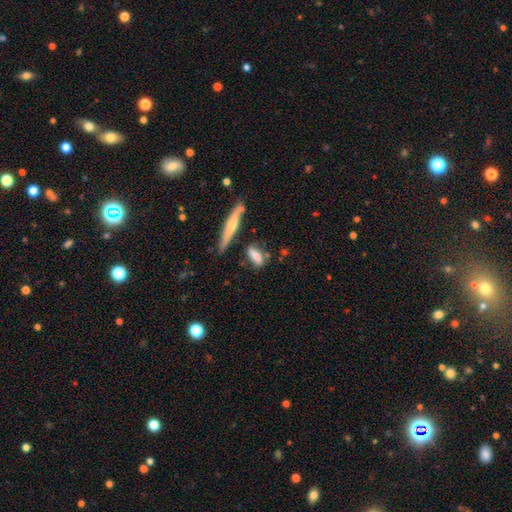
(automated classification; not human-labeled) Smooth or featured?
  - smooth: 65% *
  - featured or disk: 27%
  - star or artifact: 8%
How rounded?
  - in between: 56% *
  - cigar-shaped: 40%
  - round: 4%
Merging?
  - none: 67% *
  - minor disturbance: 19%
  - merger: 9%
  - major disturbance: 5%